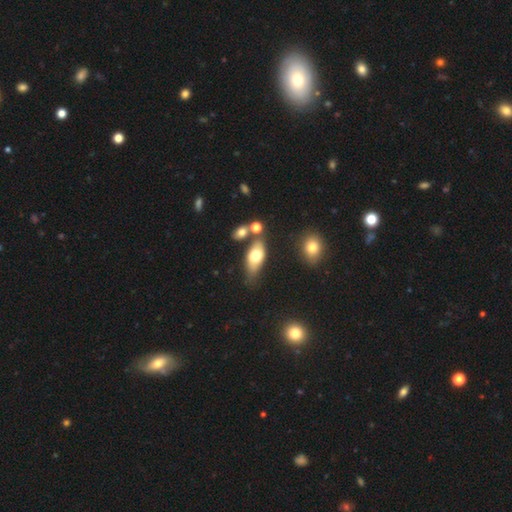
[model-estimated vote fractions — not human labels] This appears to be a smooth galaxy with no disk features (67%) that is in between round and cigar-shaped (86%). Merging: none (60%).